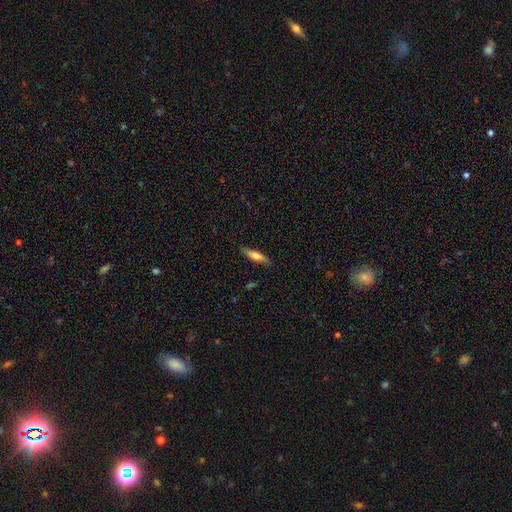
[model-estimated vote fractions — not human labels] The model was most divided on "smooth or featured": smooth: 67%, featured or disk: 27%, star or artifact: 6%. More confident: merging — none (86%); how rounded — cigar-shaped (73%).